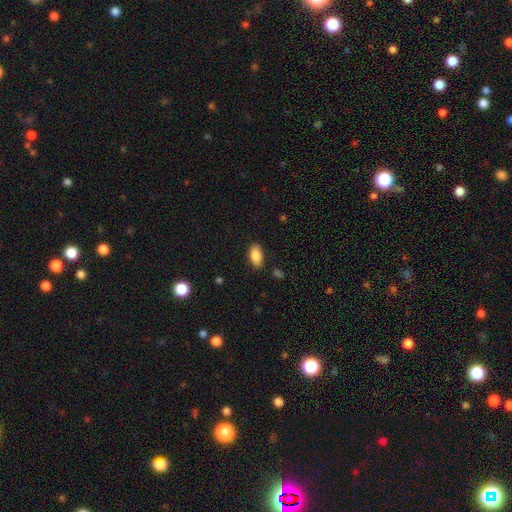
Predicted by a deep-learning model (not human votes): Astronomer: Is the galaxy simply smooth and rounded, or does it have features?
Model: smooth — 86%.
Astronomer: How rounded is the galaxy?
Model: in between — 92%.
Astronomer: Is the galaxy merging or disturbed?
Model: none — 85%.